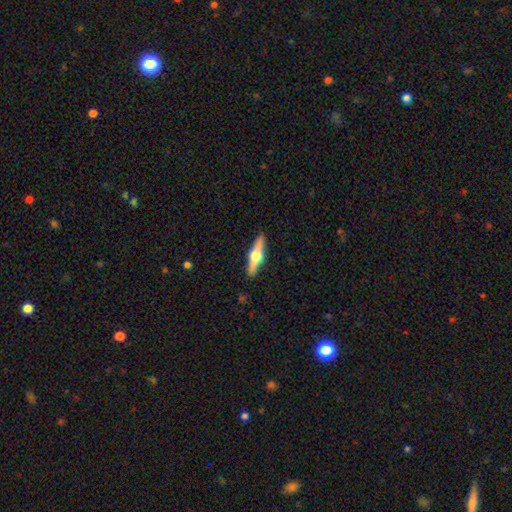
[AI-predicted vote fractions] Smooth or featured: featured or disk — 69% (smooth — 25%)
Edge-on disk: yes — 97% (no — 3%)
Edge-on bulge: rounded — 96% (boxy — 3%)
Merging: none — 91% (minor disturbance — 6%)